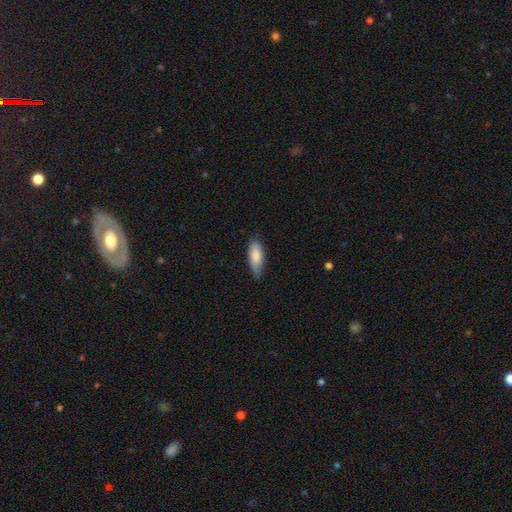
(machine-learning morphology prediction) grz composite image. It shows a smooth galaxy with no disk features (82%) that is in between round and cigar-shaped (69%). Merging: none (70%).